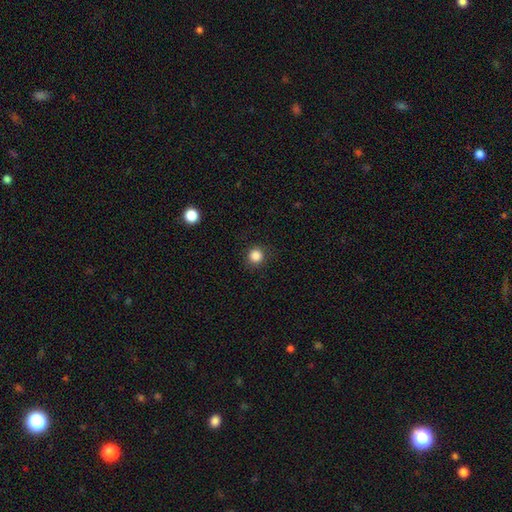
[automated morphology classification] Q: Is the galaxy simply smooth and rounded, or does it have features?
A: smooth — 86%.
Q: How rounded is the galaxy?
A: round — 94%.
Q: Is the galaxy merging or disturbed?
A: none — 89%.